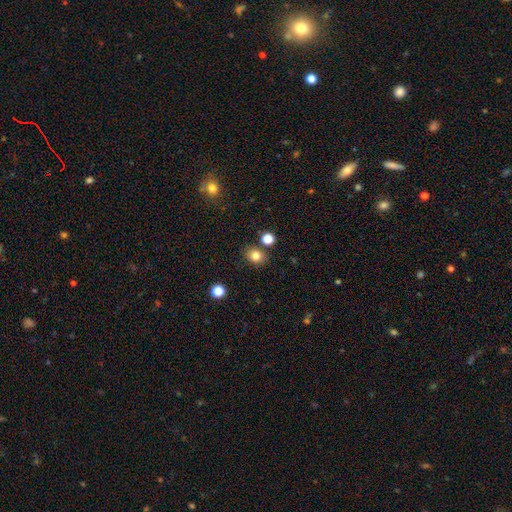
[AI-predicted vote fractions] Smooth or featured? Predicted: smooth (p=0.81). How rounded? Predicted: round (p=0.63). Merging? Predicted: none (p=0.81).